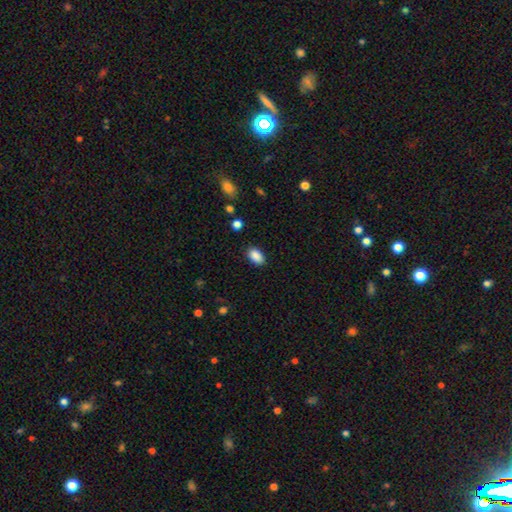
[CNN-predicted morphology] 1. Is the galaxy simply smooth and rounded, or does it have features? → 88% smooth, 8% star or artifact, 4% featured or disk.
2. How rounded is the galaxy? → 91% in between, 7% round, 2% cigar-shaped.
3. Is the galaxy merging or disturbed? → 86% none, 11% minor disturbance, 3% major disturbance, 1% merger.